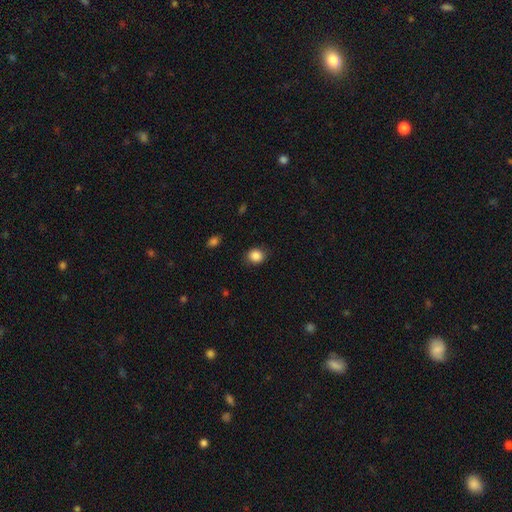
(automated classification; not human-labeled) Smooth or featured: smooth — 86% (star or artifact — 10%)
How rounded: round — 71% (in between — 28%)
Merging: none — 85% (minor disturbance — 11%)